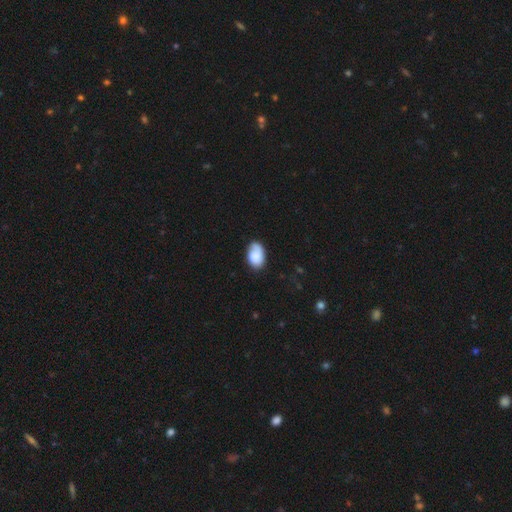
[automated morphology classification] A smooth galaxy with no disk features (75%) that is in between round and cigar-shaped (89%). Merging: none (66%).